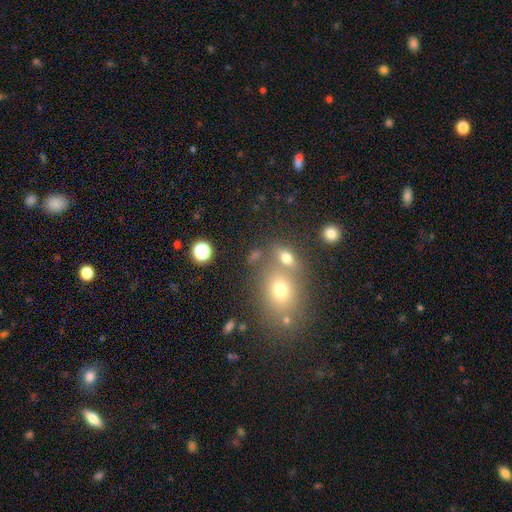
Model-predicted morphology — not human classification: This appears to be a smooth galaxy with no disk features (63%) that is in between round and cigar-shaped (55%). Merging: none (52%).